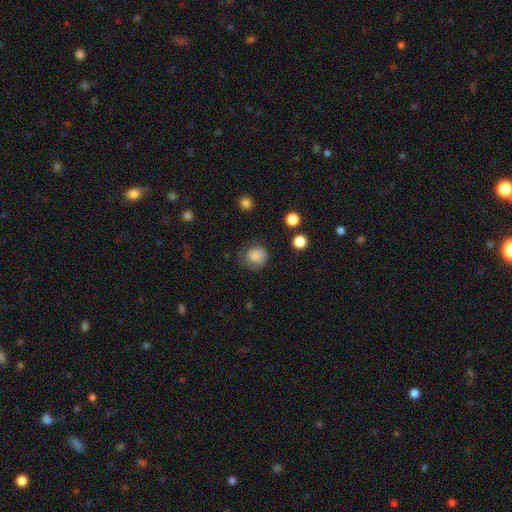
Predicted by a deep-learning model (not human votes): Smooth or featured? smooth (82%)
How rounded? round (81%)
Merging? none (61%)